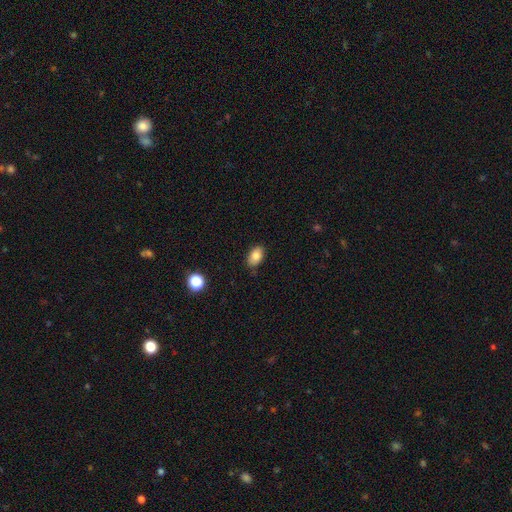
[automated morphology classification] Smooth or featured? Predicted: smooth (p=0.84). How rounded? Predicted: in between (p=0.90). Merging? Predicted: none (p=0.84).